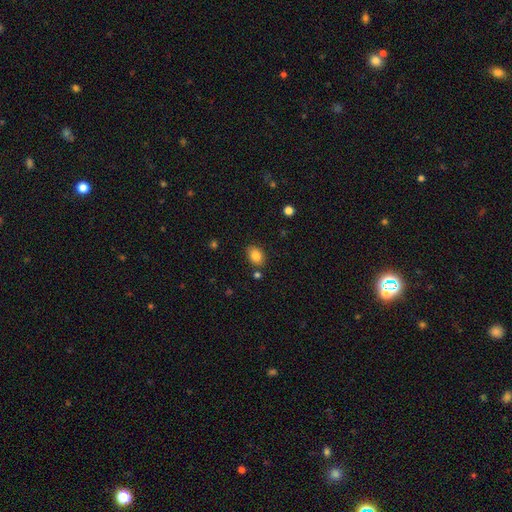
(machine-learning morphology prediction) smooth-or-featured: smooth: 85% | star or artifact: 9% | featured or disk: 6%
  how-rounded: in between: 75% | round: 23% | cigar-shaped: 1%
  merging: none: 82% | minor disturbance: 11% | merger: 4% | major disturbance: 3%